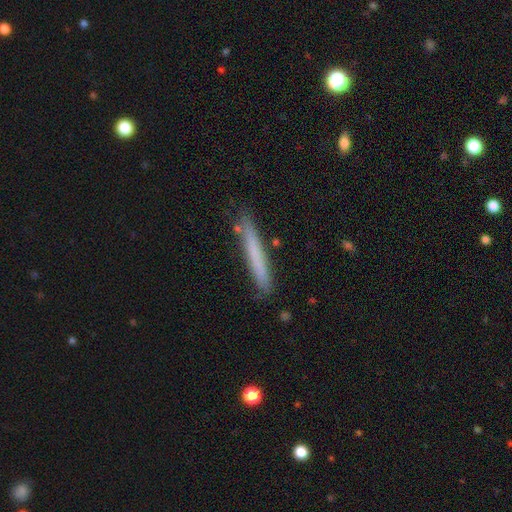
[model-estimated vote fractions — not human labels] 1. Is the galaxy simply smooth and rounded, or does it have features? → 64% smooth, 28% featured or disk, 7% star or artifact.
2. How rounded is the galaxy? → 96% cigar-shaped, 2% in between, 1% round.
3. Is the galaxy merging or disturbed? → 84% none, 12% minor disturbance, 2% major disturbance, 2% merger.